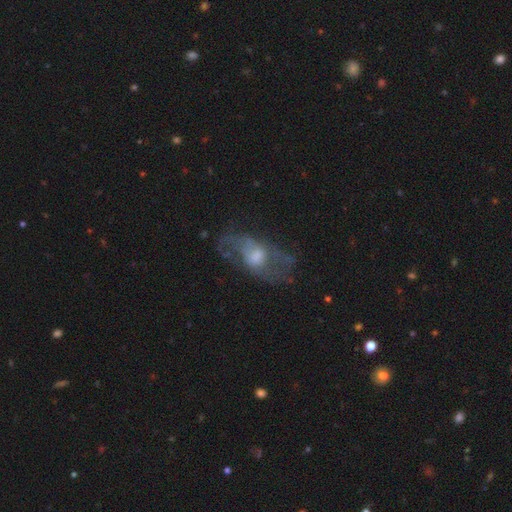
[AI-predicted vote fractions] Overall: featured or disk (65%). Edge-on disk: no (89%). Bar: no (64%; weak 30%). Spiral arms: yes (57%; no 43%). Bulge size: moderate (52%; small 26%). Merging: none (52%; major disturbance 24%).